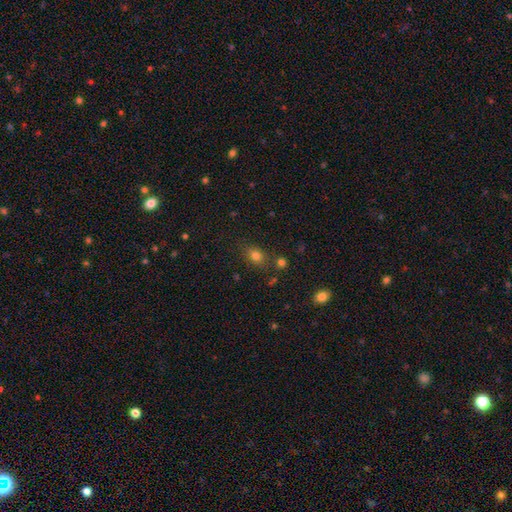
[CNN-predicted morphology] Smooth or featured: smooth — 76% (star or artifact — 16%)
How rounded: in between — 58% (round — 40%)
Merging: none — 75% (minor disturbance — 14%)